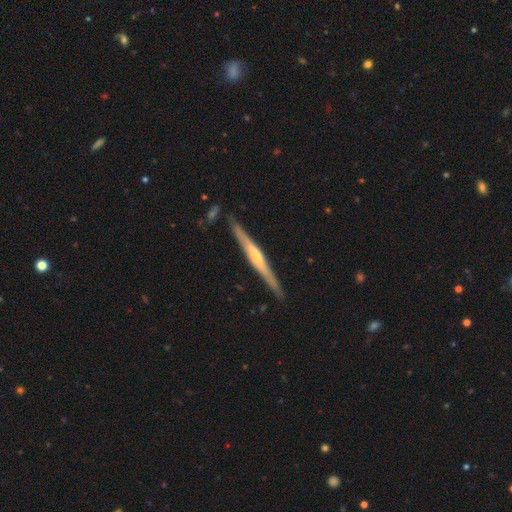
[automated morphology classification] Q: Smooth or featured?
A: featured or disk (80%); runner-up: smooth (14%)
Q: Edge-on disk?
A: yes (98%); runner-up: no (2%)
Q: Edge-on bulge?
A: rounded (71%); runner-up: none (17%)
Q: Merging?
A: none (87%); runner-up: minor disturbance (9%)